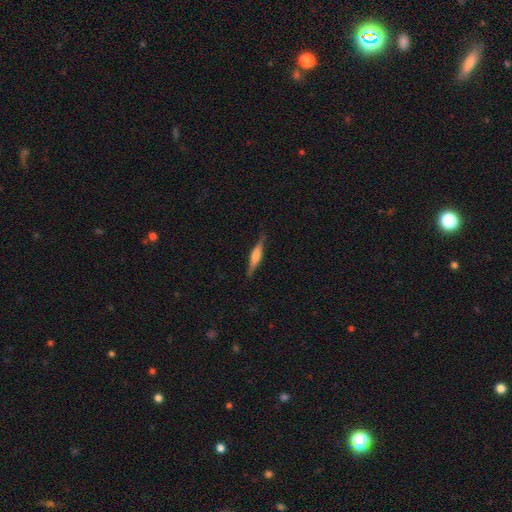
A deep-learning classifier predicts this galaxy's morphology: smooth-or-featured: featured or disk: 60% | smooth: 34% | star or artifact: 6%
  disk-edge-on: yes: 97% | no: 3%
    edge-on-bulge: rounded: 68% | boxy: 23% | none: 9%
  merging: none: 87% | minor disturbance: 10% | major disturbance: 2% | merger: 1%